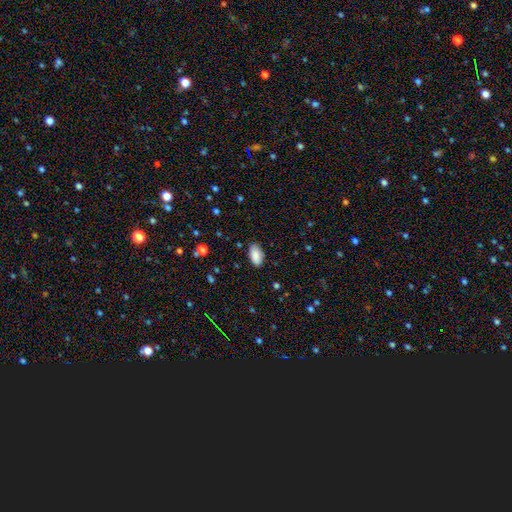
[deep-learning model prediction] This appears to be a smooth galaxy with no disk features (89%) that is in between round and cigar-shaped (95%). Merging: none (85%).